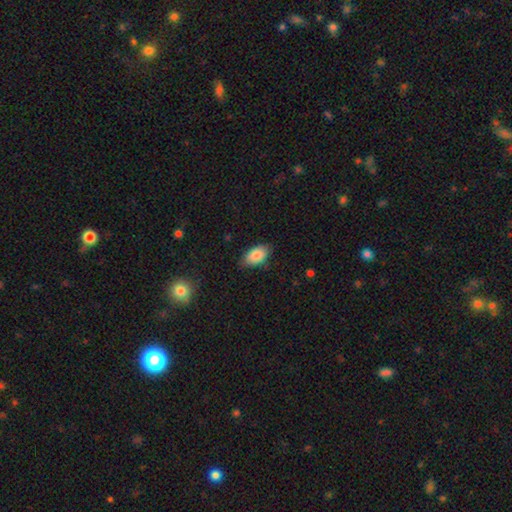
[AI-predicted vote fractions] Overall: smooth (85%). How rounded: in between (93%). Merging: none (80%).